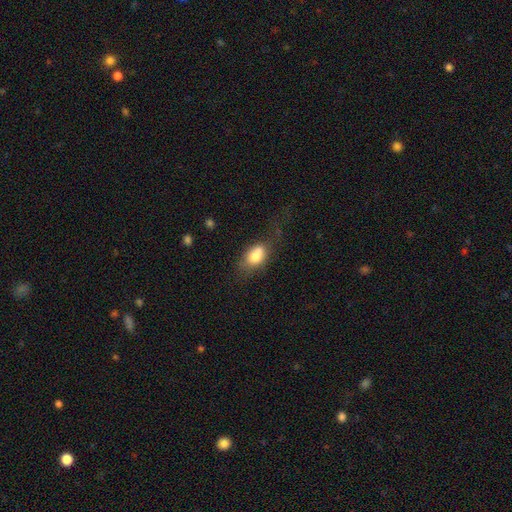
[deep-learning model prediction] Overall: smooth (76%). How rounded: in between (84%). Merging: none (41%; minor disturbance 27%).